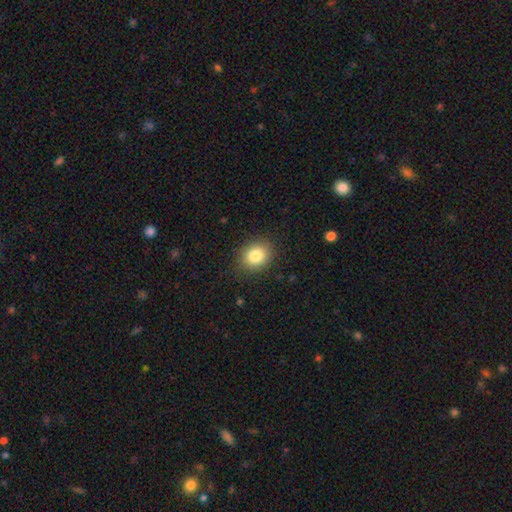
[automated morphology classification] Smooth or featured? smooth (83%)
How rounded? round (59%)
Merging? none (88%)